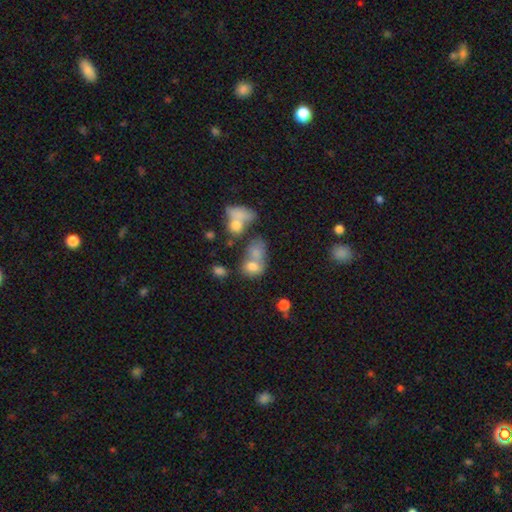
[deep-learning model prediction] smooth_or_featured: smooth (p=0.65) [alt: featured or disk p=0.19]
how_rounded: in between (p=0.58) [alt: round p=0.40]
merging: merger (p=0.54) [alt: none p=0.27]